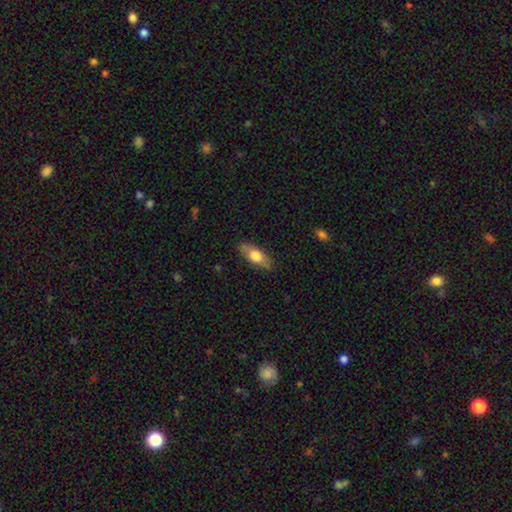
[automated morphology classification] The model was most divided on "smooth or featured": smooth: 68%, featured or disk: 26%, star or artifact: 6%. More confident: merging — none (85%); how rounded — in between (77%).